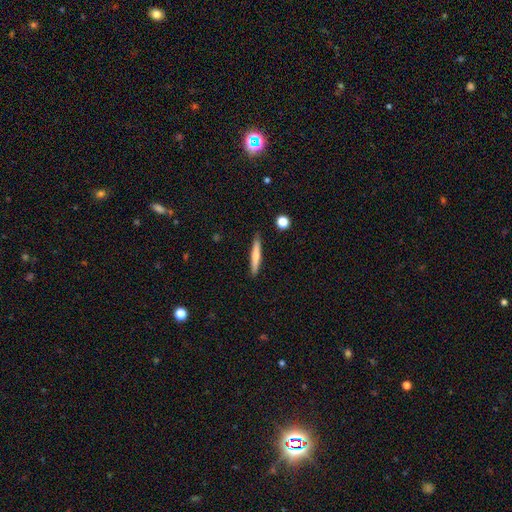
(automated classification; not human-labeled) Morphology: type=smooth (65%); roundness=cigar-shaped (94%); merging=none (89%).